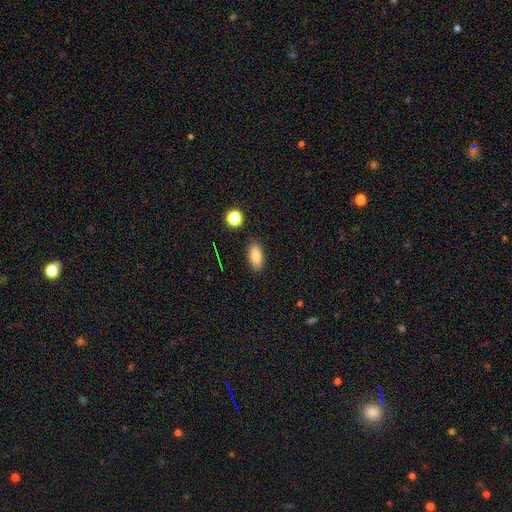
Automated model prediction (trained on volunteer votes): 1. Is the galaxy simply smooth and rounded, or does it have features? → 81% smooth, 10% star or artifact, 9% featured or disk.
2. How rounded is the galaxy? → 84% in between, 11% cigar-shaped, 5% round.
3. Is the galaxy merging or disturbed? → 87% none, 9% minor disturbance, 2% major disturbance, 2% merger.